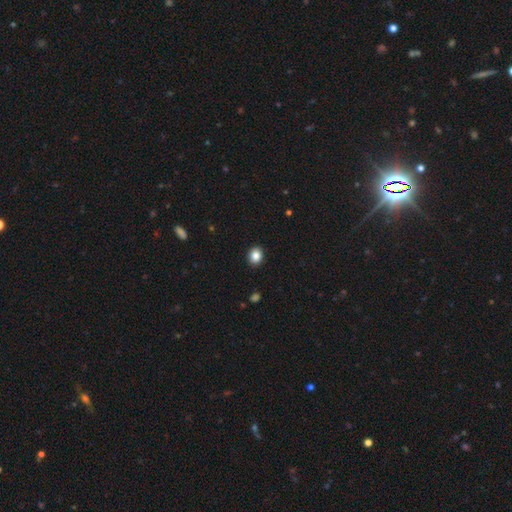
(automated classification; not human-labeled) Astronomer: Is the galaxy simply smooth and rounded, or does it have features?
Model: smooth — 86%.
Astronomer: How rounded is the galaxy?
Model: round — 57% (runner-up: in between, 42%).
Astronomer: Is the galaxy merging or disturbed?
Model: none — 91%.